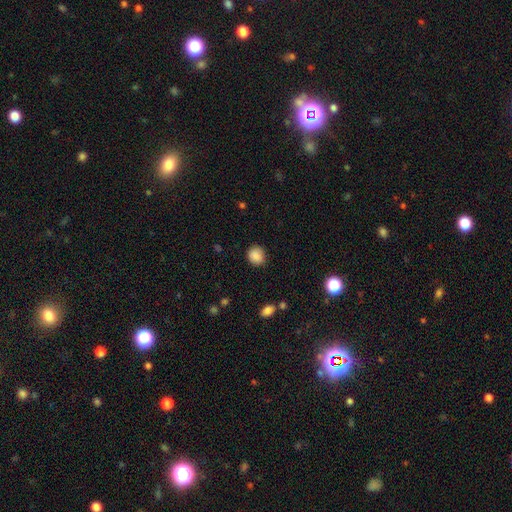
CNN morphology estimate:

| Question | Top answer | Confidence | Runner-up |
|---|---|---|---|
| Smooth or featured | smooth | 88% | star or artifact (9%) |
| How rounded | round | 80% | in between (19%) |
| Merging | none | 85% | minor disturbance (11%) |